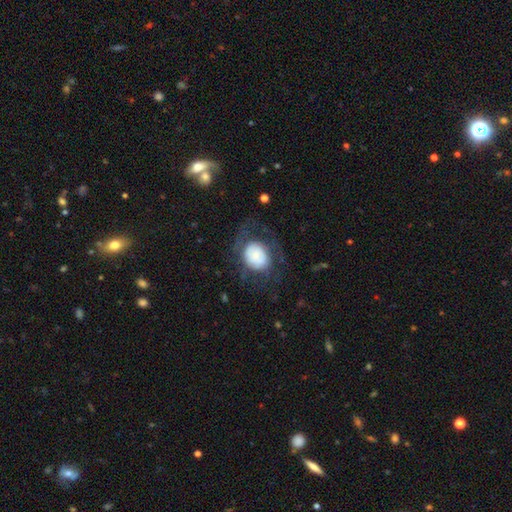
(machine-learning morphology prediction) smooth 51%, featured or disk 40%, star or artifact 8%. Down the decision tree: how rounded — round (50%); merging — none (51%).